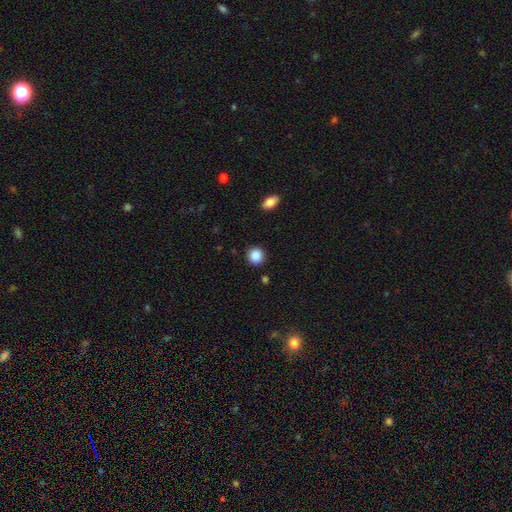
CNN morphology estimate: Smooth or featured?
  - smooth: 88% *
  - star or artifact: 9%
  - featured or disk: 3%
How rounded?
  - round: 87% *
  - in between: 12%
  - cigar-shaped: 1%
Merging?
  - none: 89% *
  - minor disturbance: 7%
  - major disturbance: 2%
  - merger: 2%